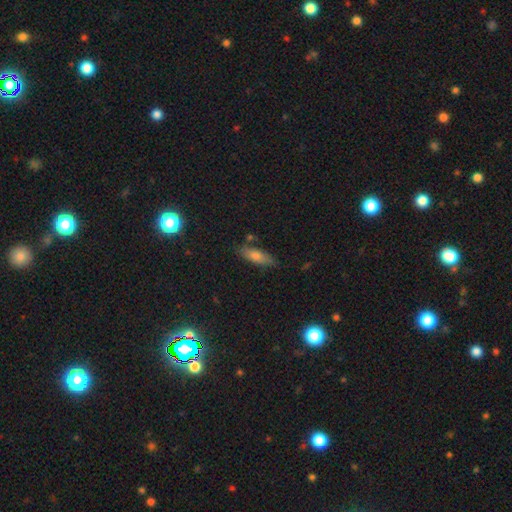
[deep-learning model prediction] This appears to be a smooth galaxy with no disk features (70%) that is in between round and cigar-shaped (56%). Merging: none (78%).